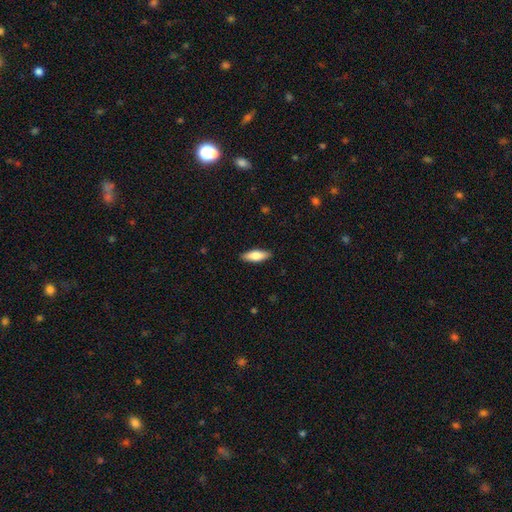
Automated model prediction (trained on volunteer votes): Q: Smooth or featured?
A: smooth (79%); runner-up: featured or disk (16%)
Q: How rounded?
A: in between (61%); runner-up: cigar-shaped (37%)
Q: Merging?
A: none (89%); runner-up: minor disturbance (8%)